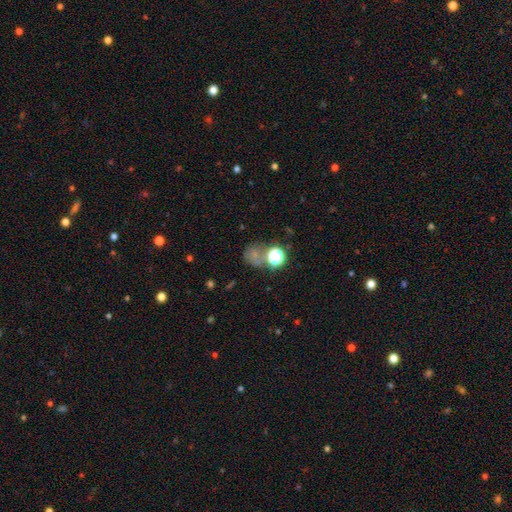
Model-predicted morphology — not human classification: type=smooth (47%); merging=none (54%).